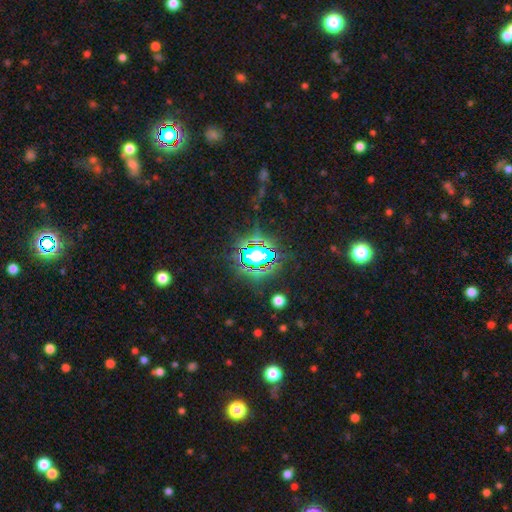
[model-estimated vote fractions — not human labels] A star or artifact, not a galaxy (73%).